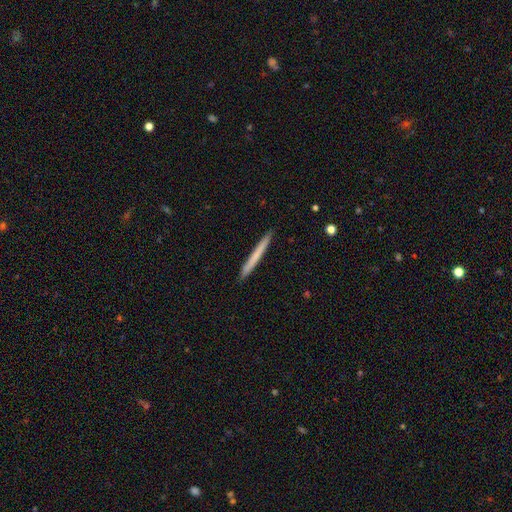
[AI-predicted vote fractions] Smooth or featured? smooth (63%)
How rounded? cigar-shaped (97%)
Merging? none (92%)